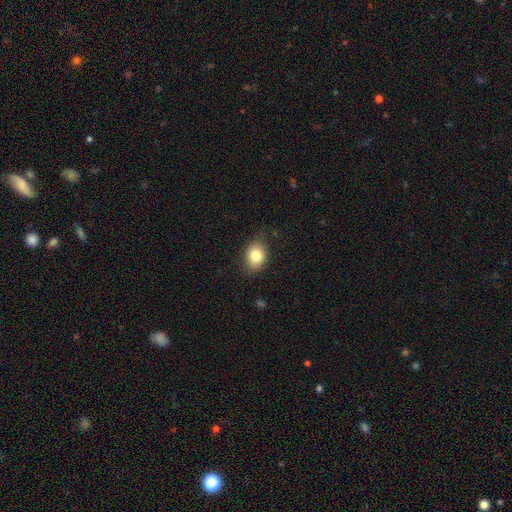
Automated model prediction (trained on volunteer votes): Morphology: type=smooth (81%); roundness=in between (63%); merging=none (80%).